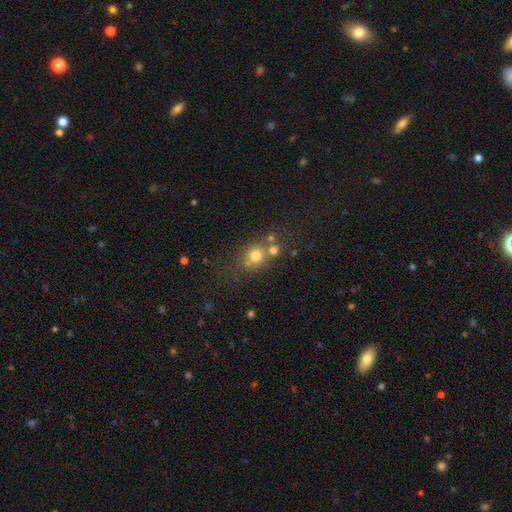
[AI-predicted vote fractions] Smooth or featured: smooth — 69% (star or artifact — 17%)
How rounded: round — 80% (in between — 18%)
Merging: none — 55% (merger — 29%)